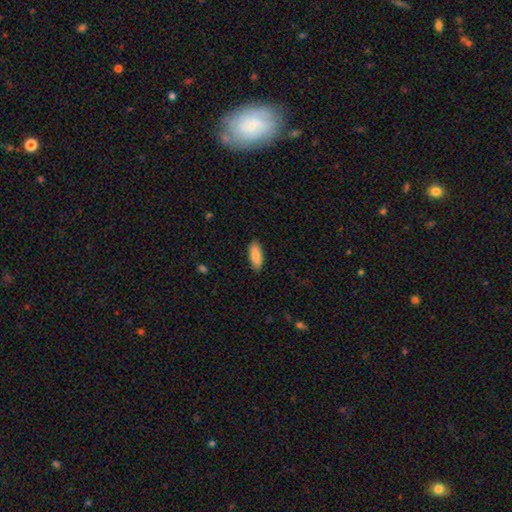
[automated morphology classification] This is clearly a smooth galaxy (88%). How rounded: likely in between (80%). Merging: clearly none (87%).